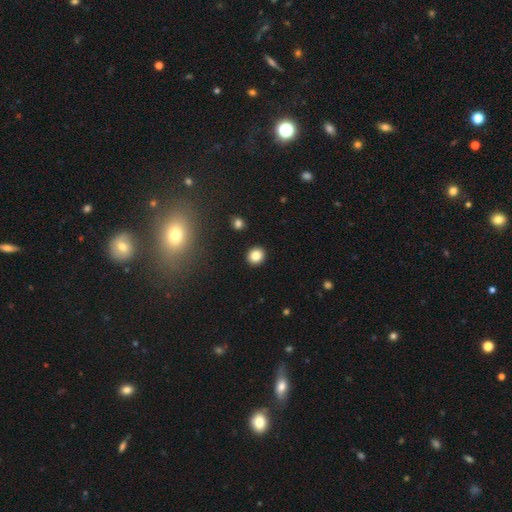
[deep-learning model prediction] Smooth or featured? smooth (83%)
How rounded? round (83%)
Merging? none (91%)